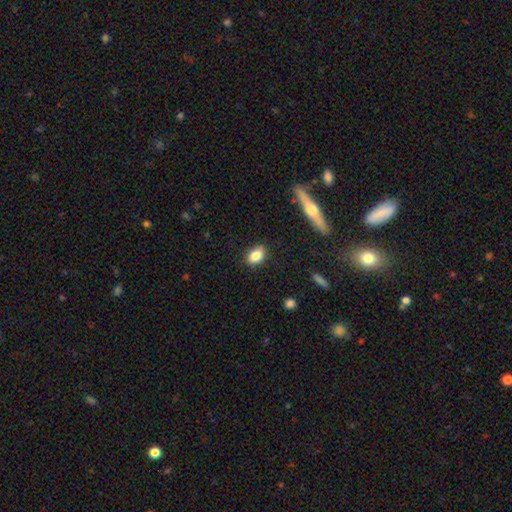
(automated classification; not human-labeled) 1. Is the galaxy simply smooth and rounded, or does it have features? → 84% smooth, 8% star or artifact, 8% featured or disk.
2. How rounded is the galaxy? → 80% in between, 17% round, 3% cigar-shaped.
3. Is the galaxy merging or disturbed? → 85% none, 11% minor disturbance, 2% major disturbance, 1% merger.